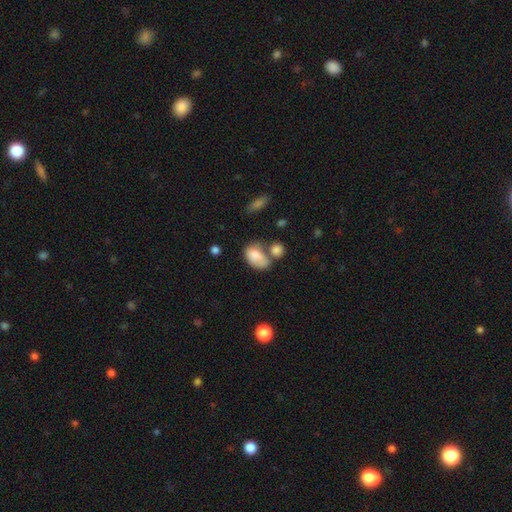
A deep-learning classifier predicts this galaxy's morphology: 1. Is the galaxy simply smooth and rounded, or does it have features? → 76% smooth, 15% featured or disk, 8% star or artifact.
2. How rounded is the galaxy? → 86% in between, 12% round, 2% cigar-shaped.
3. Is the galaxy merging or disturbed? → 39% merger, 25% none, 20% minor disturbance, 15% major disturbance.